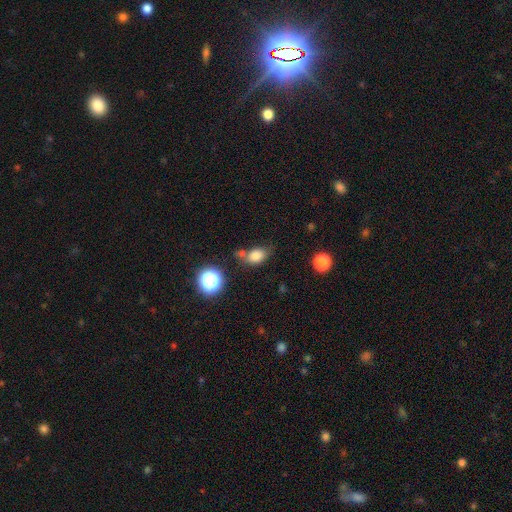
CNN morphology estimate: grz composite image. It shows a smooth galaxy with no disk features (80%) that is in between round and cigar-shaped (71%). Merging: none (50%).